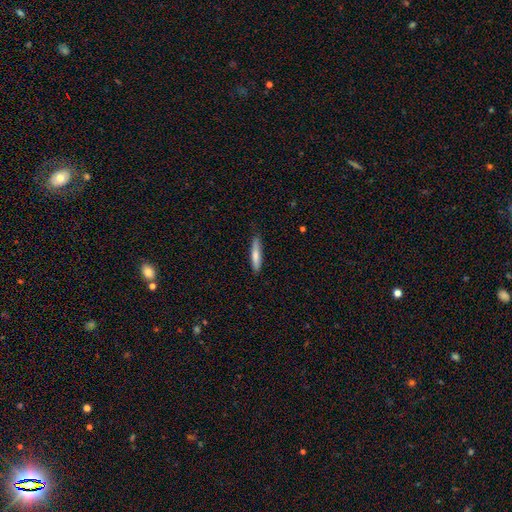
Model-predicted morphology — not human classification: Overall: smooth (71%). How rounded: cigar-shaped (87%). Merging: none (85%).